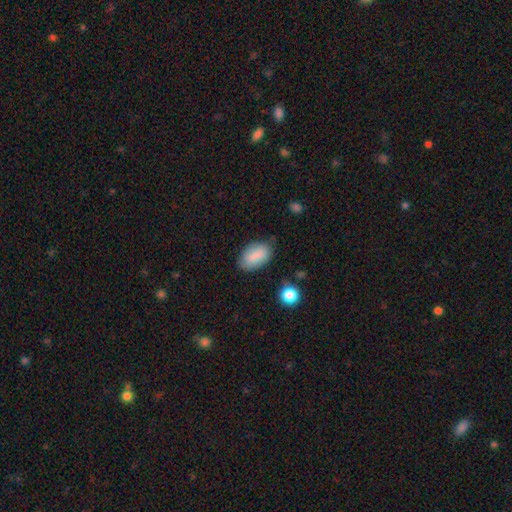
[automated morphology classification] Smooth or featured: smooth — 85% (featured or disk — 8%)
How rounded: in between — 93% (round — 5%)
Merging: none — 77% (minor disturbance — 17%)